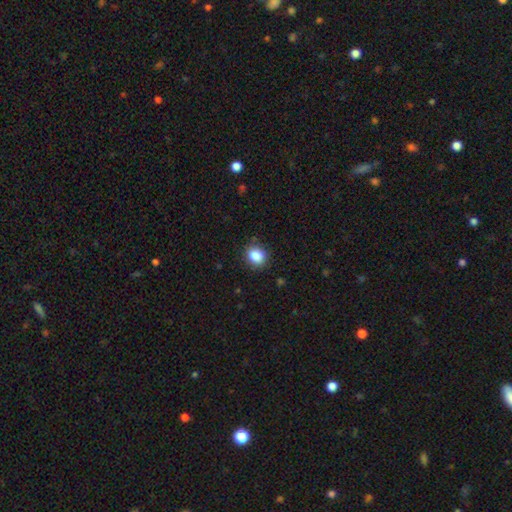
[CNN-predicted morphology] Q: Smooth or featured?
A: smooth (87%); runner-up: star or artifact (9%)
Q: How rounded?
A: round (65%); runner-up: in between (34%)
Q: Merging?
A: none (85%); runner-up: minor disturbance (11%)